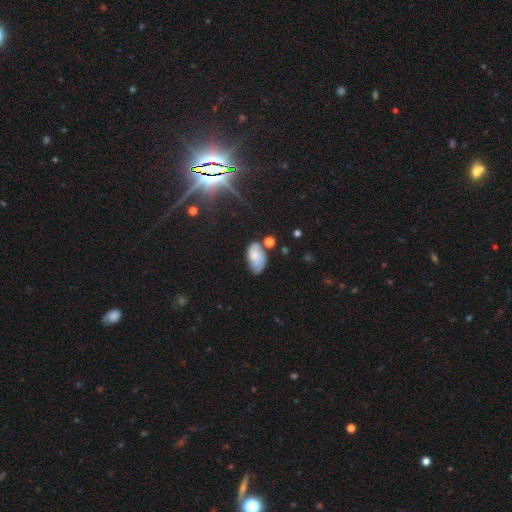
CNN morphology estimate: A smooth galaxy with no disk features (52%) that is in between round and cigar-shaped (92%).

Vote fractions:
- Smooth or featured? smooth: 52% / featured or disk: 38% / star or artifact: 11%
- How rounded? in between: 92% / round: 6% / cigar-shaped: 2%
- Merging? none: 48% / minor disturbance: 31% / merger: 11% / major disturbance: 10%